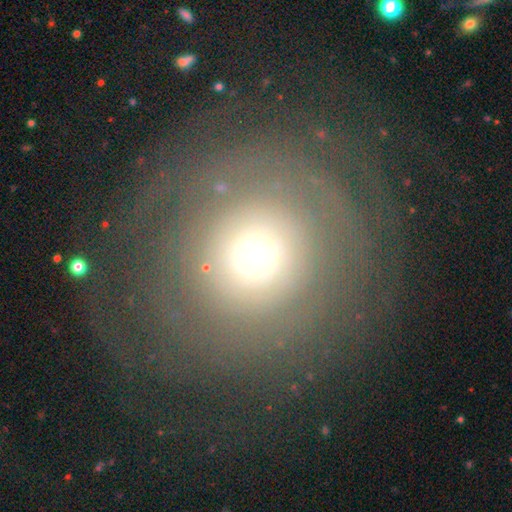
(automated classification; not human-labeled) featured or disk 48%, smooth 39%, star or artifact 14%. Down the decision tree: merging — none (73%).